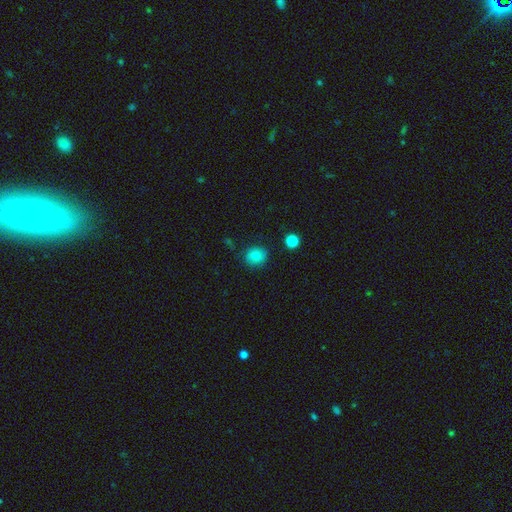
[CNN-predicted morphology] A smooth galaxy with no disk features (78%) that is round (84%). Merging: none (85%).